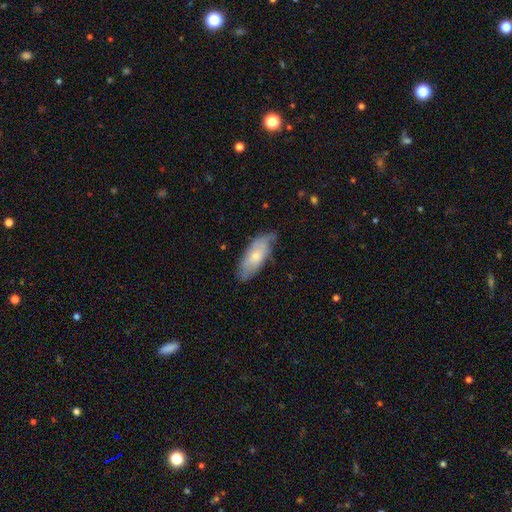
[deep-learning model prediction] Morphology: type=smooth (58%); roundness=in between (75%); merging=none (64%).